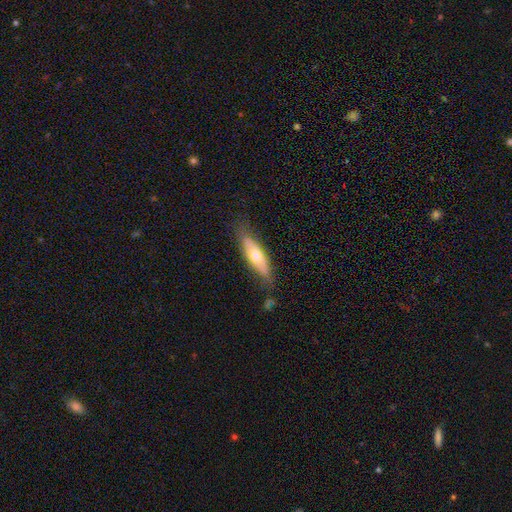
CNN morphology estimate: Smooth or featured?
  - smooth: 58% *
  - featured or disk: 37%
  - star or artifact: 6%
How rounded?
  - in between: 50% *
  - cigar-shaped: 48%
  - round: 2%
Merging?
  - none: 74% *
  - minor disturbance: 19%
  - major disturbance: 5%
  - merger: 2%